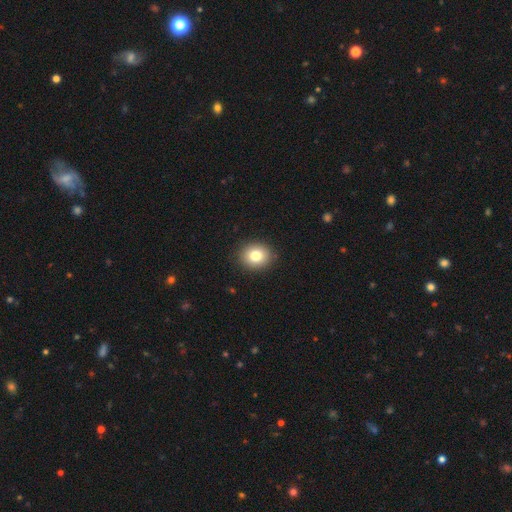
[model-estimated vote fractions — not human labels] Smooth or featured? smooth (81%)
How rounded? round (70%)
Merging? none (90%)